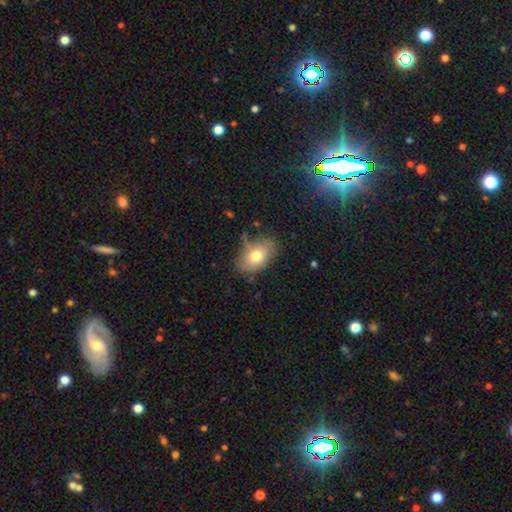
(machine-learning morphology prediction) Smooth or featured: smooth — 74% (featured or disk — 18%)
How rounded: in between — 87% (round — 12%)
Merging: none — 67% (minor disturbance — 23%)